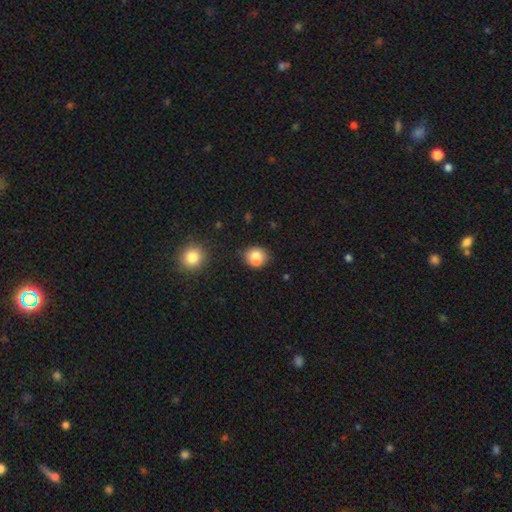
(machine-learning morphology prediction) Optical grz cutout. It shows a smooth galaxy with no disk features (74%) that is round (67%). Merging: none (51%).